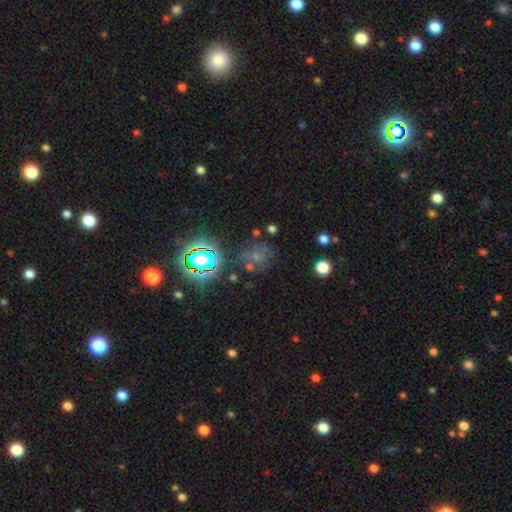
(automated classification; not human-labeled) This is marginally a star or artifact rather than a galaxy (43%).